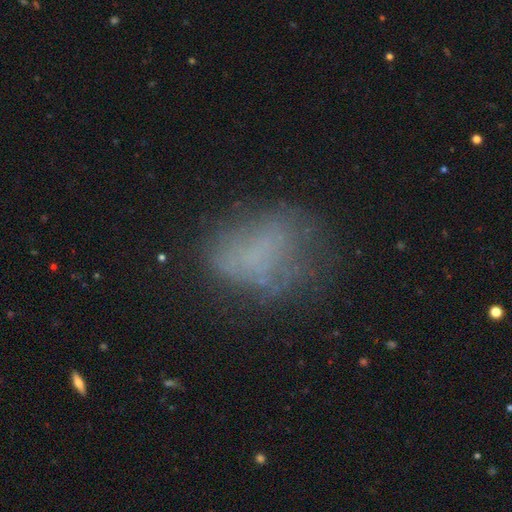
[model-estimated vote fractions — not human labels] A smooth galaxy with no disk features (52%) that is in between round and cigar-shaped (67%).

Vote fractions:
- Smooth or featured? smooth: 52% / featured or disk: 30% / star or artifact: 18%
- How rounded? in between: 67% / round: 31% / cigar-shaped: 2%
- Merging? none: 54% / minor disturbance: 23% / major disturbance: 20% / merger: 3%